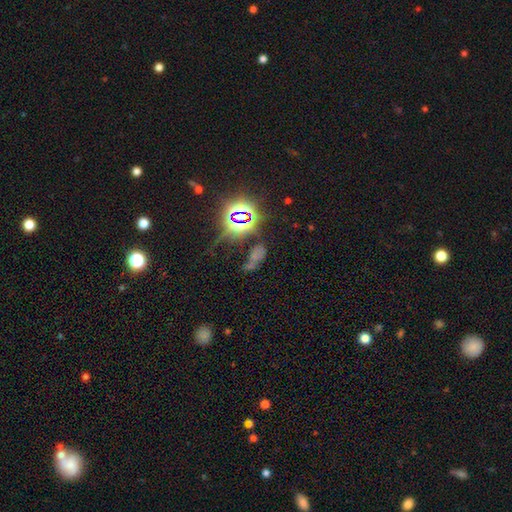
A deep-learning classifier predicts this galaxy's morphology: Smooth or featured? star or artifact (58%)